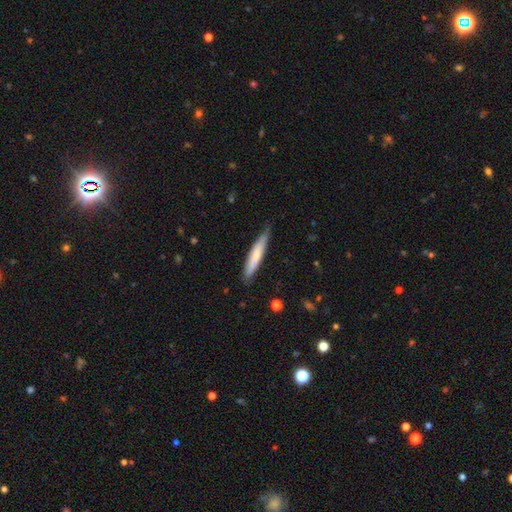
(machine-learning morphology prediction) The model was most divided on "smooth or featured": smooth: 64%, featured or disk: 31%, star or artifact: 5%. More confident: how rounded — cigar-shaped (91%); merging — none (78%).